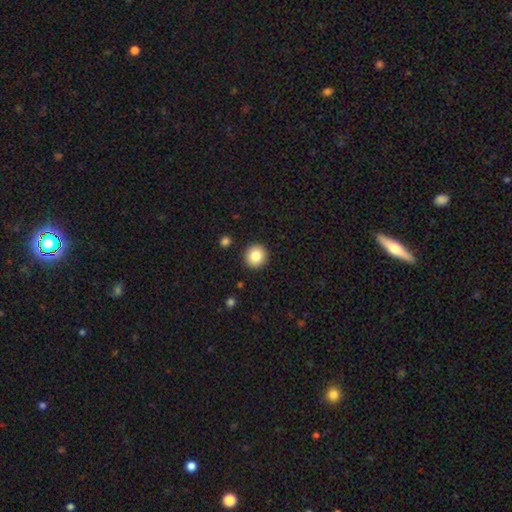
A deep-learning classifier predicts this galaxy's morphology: This appears to be a smooth galaxy with no disk features (83%) that is round (93%). Merging: none (92%).